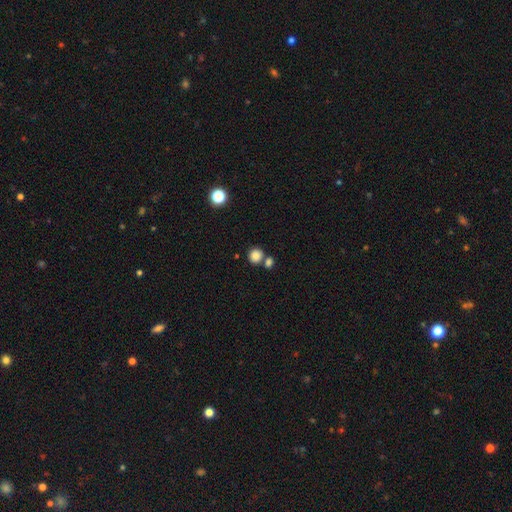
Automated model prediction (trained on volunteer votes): Smooth or featured: smooth — 84% (star or artifact — 10%)
How rounded: round — 85% (in between — 14%)
Merging: none — 58% (merger — 30%)